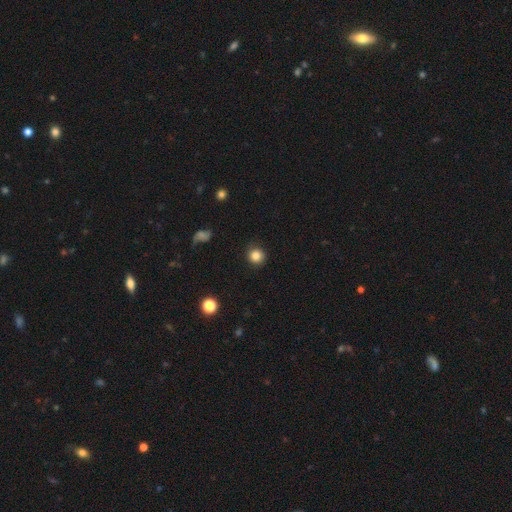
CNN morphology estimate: type=smooth (84%); roundness=round (92%); merging=none (89%).